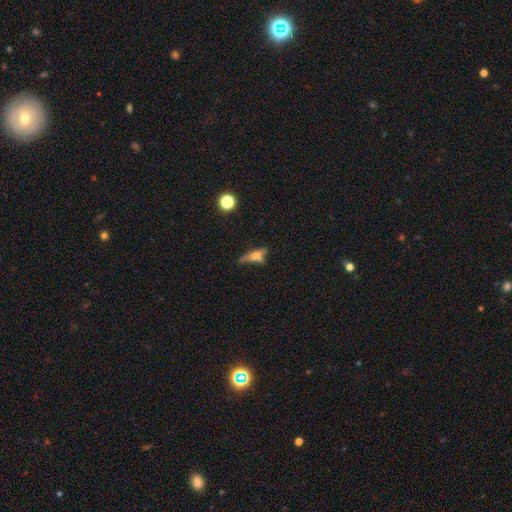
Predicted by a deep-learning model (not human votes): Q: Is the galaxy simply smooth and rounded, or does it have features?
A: smooth — 46%.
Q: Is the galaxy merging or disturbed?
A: none — 44%.